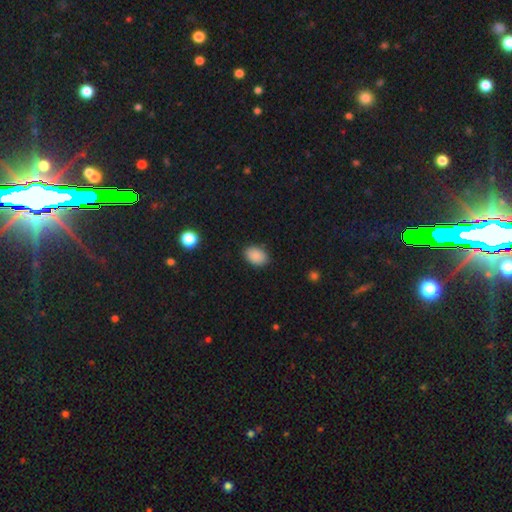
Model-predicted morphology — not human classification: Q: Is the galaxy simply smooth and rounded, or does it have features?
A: smooth — 88%.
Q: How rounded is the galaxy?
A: in between — 83%.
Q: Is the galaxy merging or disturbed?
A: none — 87%.